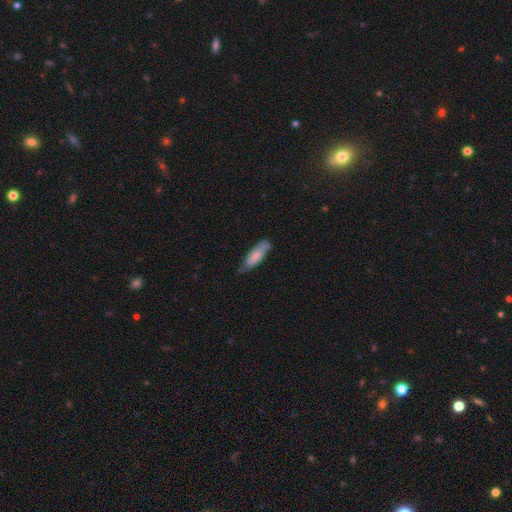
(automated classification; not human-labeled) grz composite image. It shows a smooth galaxy with no disk features (72%) that is in between round and cigar-shaped (53%). Merging: none (62%).